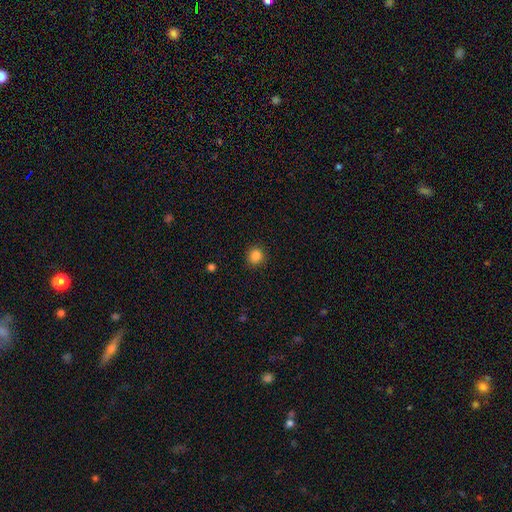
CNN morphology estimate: Smooth or featured? Predicted: smooth (p=0.85). How rounded? Predicted: round (p=0.90). Merging? Predicted: none (p=0.90).